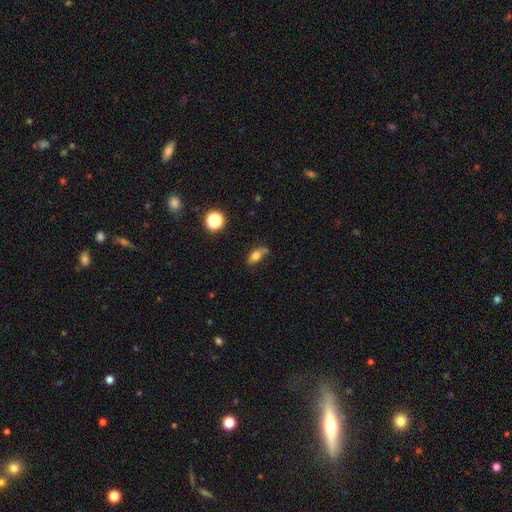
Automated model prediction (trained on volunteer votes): smooth-or-featured: smooth: 74% | featured or disk: 14% | star or artifact: 12%
  how-rounded: in between: 82% | round: 10% | cigar-shaped: 7%
  merging: none: 55% | minor disturbance: 24% | merger: 15% | major disturbance: 7%